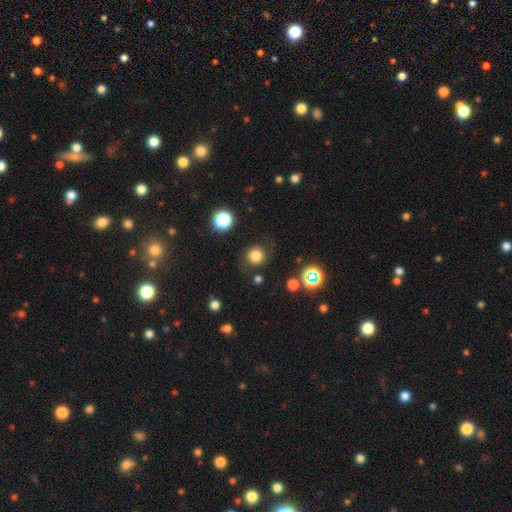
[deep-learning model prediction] smooth 77%, star or artifact 15%, featured or disk 8%. Down the decision tree: how rounded — round (90%); merging — none (76%).